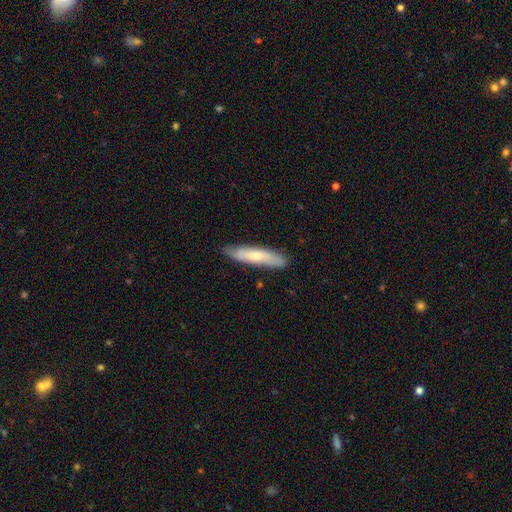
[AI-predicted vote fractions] Q: Smooth or featured?
A: smooth (67%); runner-up: featured or disk (28%)
Q: How rounded?
A: cigar-shaped (82%); runner-up: in between (16%)
Q: Merging?
A: none (83%); runner-up: minor disturbance (13%)